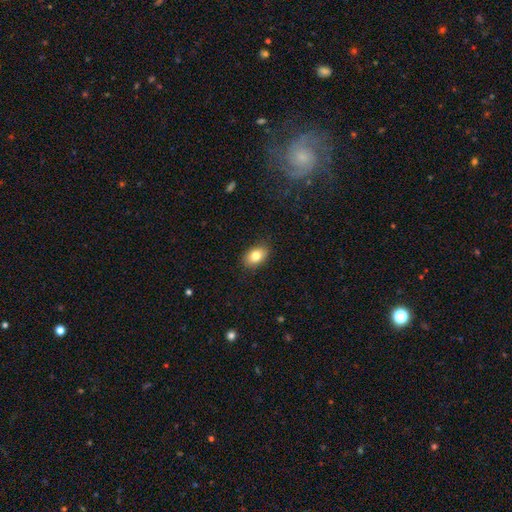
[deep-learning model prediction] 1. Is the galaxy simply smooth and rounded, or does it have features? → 81% smooth, 10% featured or disk, 8% star or artifact.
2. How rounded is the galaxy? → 83% in between, 16% round, 1% cigar-shaped.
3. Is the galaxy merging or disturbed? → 87% none, 10% minor disturbance, 2% major disturbance, 1% merger.